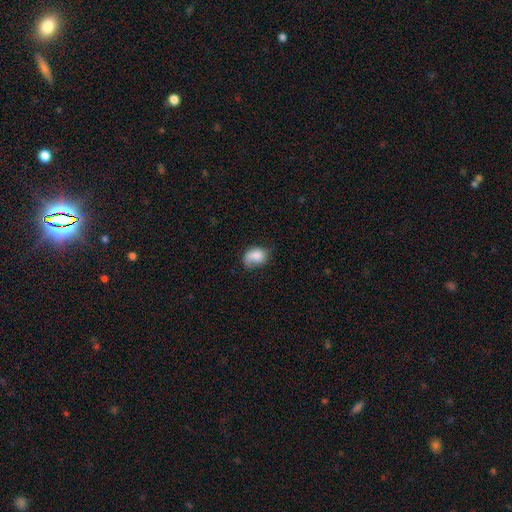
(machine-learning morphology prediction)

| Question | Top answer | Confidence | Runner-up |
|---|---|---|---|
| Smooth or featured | smooth | 75% | featured or disk (17%) |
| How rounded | in between | 70% | round (29%) |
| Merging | none | 48% | minor disturbance (33%) |